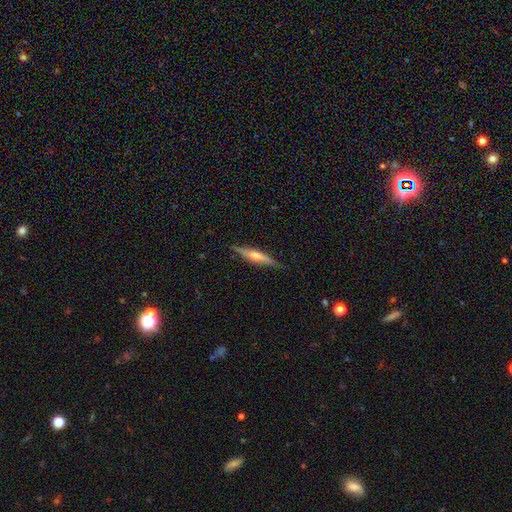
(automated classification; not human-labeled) smooth-or-featured: featured or disk: 66% | smooth: 28% | star or artifact: 6%
  disk-edge-on: yes: 95% | no: 5%
    edge-on-bulge: rounded: 79% | boxy: 11% | none: 10%
  merging: none: 83% | minor disturbance: 13% | major disturbance: 2% | merger: 1%